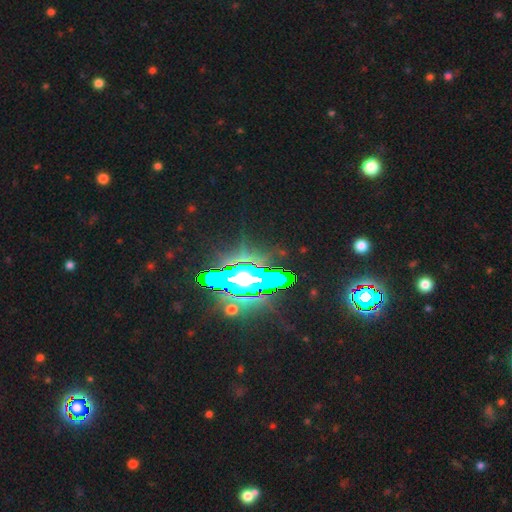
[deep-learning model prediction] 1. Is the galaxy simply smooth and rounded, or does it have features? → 59% star or artifact, 26% featured or disk, 15% smooth.